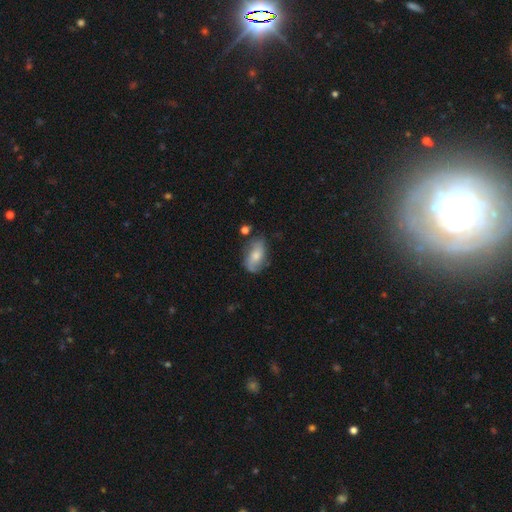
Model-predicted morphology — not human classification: smooth_or_featured: smooth (p=0.59) [alt: featured or disk p=0.33]
how_rounded: in between (p=0.89) [alt: round p=0.07]
merging: none (p=0.60) [alt: minor disturbance p=0.27]